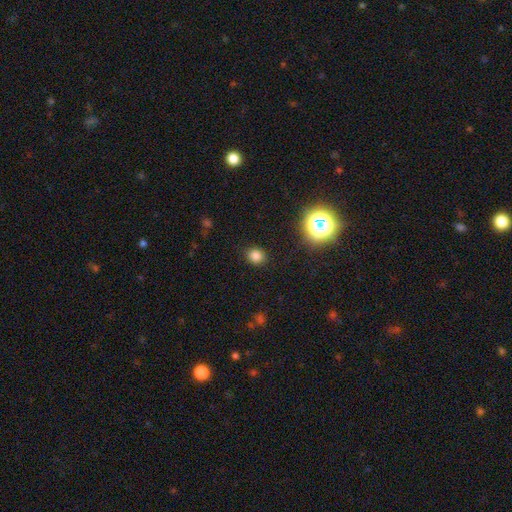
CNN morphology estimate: smooth_or_featured: smooth (p=0.80) [alt: star or artifact p=0.16]
how_rounded: round (p=0.72) [alt: in between p=0.27]
merging: none (p=0.88) [alt: minor disturbance p=0.08]